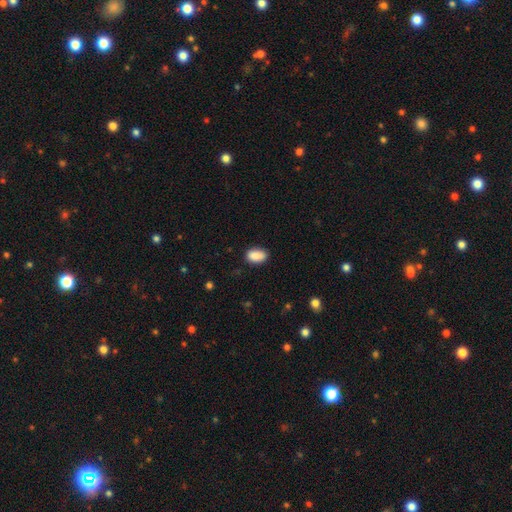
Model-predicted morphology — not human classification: A smooth galaxy with no disk features (89%) that is in between round and cigar-shaped (91%).

Vote fractions:
- Smooth or featured? smooth: 89% / star or artifact: 7% / featured or disk: 3%
- How rounded? in between: 91% / round: 7% / cigar-shaped: 2%
- Merging? none: 84% / minor disturbance: 12% / major disturbance: 3% / merger: 1%